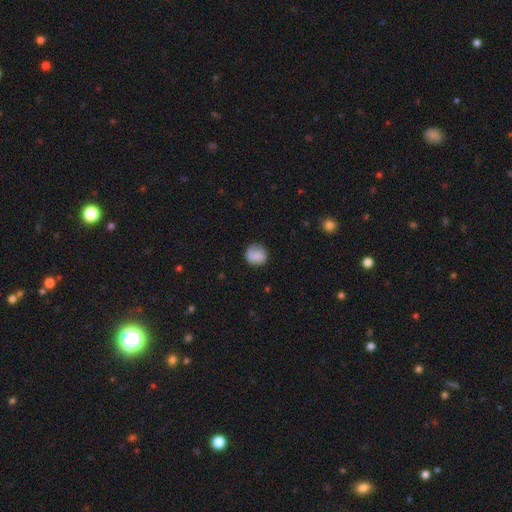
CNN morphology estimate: A smooth galaxy with no disk features (79%) that is round (85%).

Vote fractions:
- Smooth or featured? smooth: 79% / featured or disk: 13% / star or artifact: 8%
- How rounded? round: 85% / in between: 14% / cigar-shaped: 1%
- Merging? none: 74% / minor disturbance: 18% / major disturbance: 6% / merger: 2%